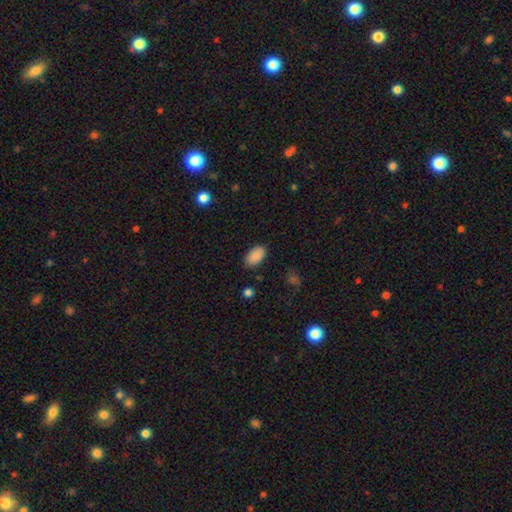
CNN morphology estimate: smooth 88%, star or artifact 8%, featured or disk 5%. Down the decision tree: how rounded — in between (94%); merging — none (85%).